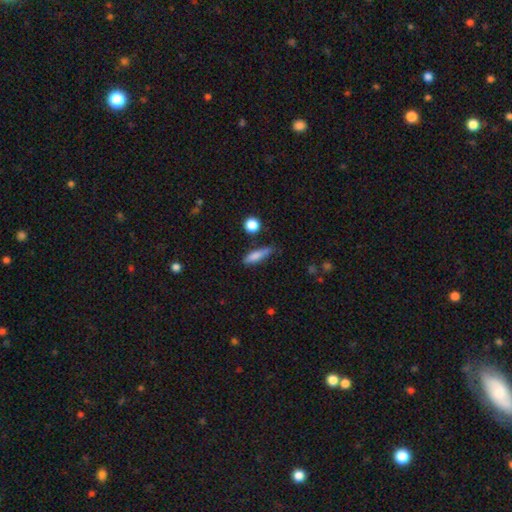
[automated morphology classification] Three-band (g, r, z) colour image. It shows a smooth galaxy with no disk features (77%) that is cigar-shaped (65%). Merging: none (63%).